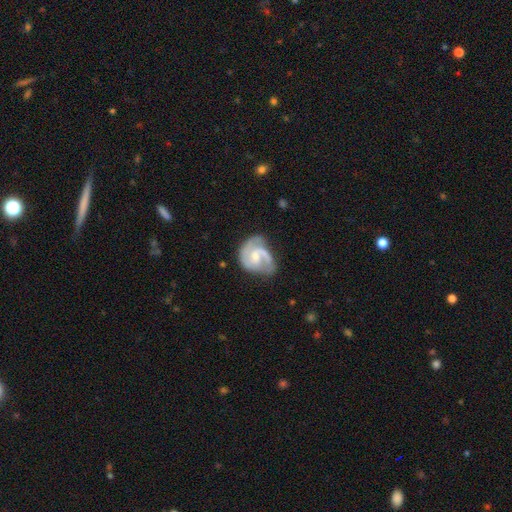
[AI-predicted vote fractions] Morphology: type=featured or disk (84%); edge-on=no (98%); bar=no (46%); spiral arms=yes (95%); winding=medium (52%); arm count=2 (70%); bulge=small (50%); merging=none (53%).